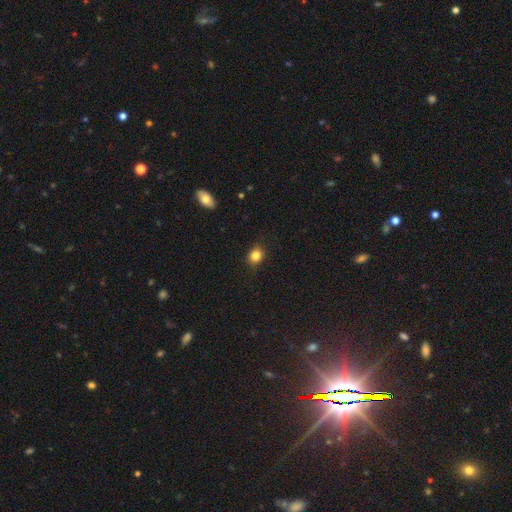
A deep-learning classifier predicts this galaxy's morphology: Smooth or featured? smooth (84%)
How rounded? round (65%)
Merging? none (86%)